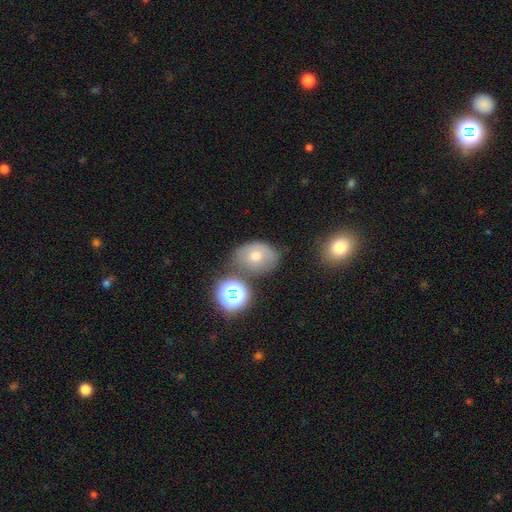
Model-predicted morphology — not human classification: A smooth galaxy with no disk features (58%) that is in between round and cigar-shaped (64%).

Vote fractions:
- Smooth or featured? smooth: 58% / featured or disk: 24% / star or artifact: 17%
- How rounded? in between: 64% / round: 34% / cigar-shaped: 1%
- Merging? none: 66% / minor disturbance: 19% / merger: 9% / major disturbance: 6%